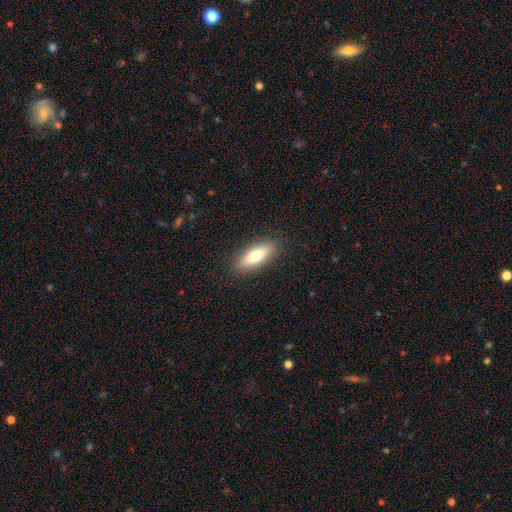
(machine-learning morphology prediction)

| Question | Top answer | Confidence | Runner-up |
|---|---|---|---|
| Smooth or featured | smooth | 71% | featured or disk (22%) |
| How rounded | in between | 61% | cigar-shaped (36%) |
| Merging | none | 89% | minor disturbance (8%) |